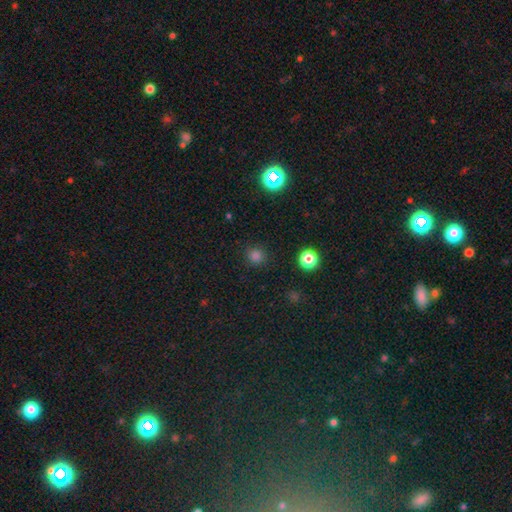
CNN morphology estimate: smooth 77%, star or artifact 19%, featured or disk 4%. Down the decision tree: how rounded — round (93%); merging — none (89%).